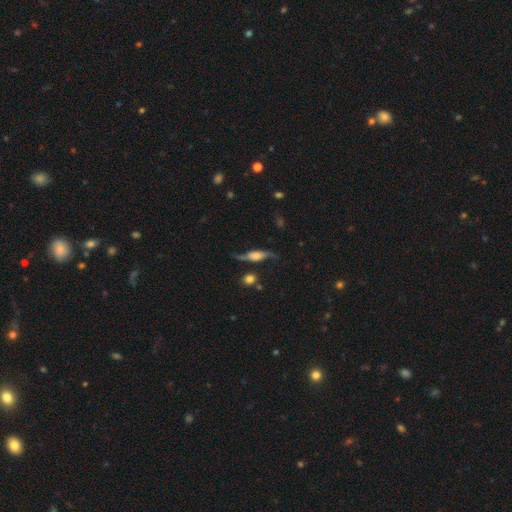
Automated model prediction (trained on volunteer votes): The model was most divided on "edge-on disk": no: 60%, yes: 40%. More confident: smooth or featured — featured or disk (73%); merging — none (64%).